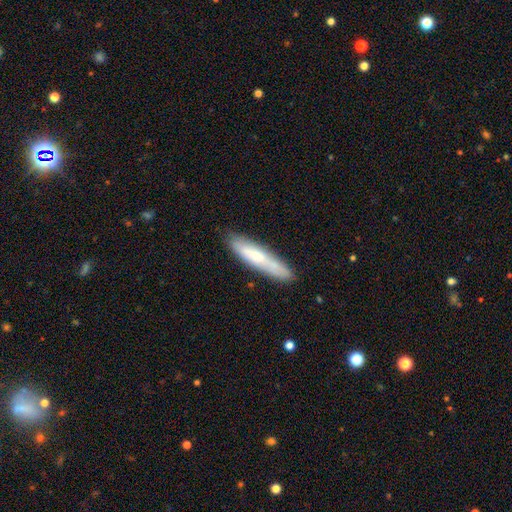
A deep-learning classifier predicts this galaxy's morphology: type=smooth (65%); roundness=cigar-shaped (85%); merging=none (79%).